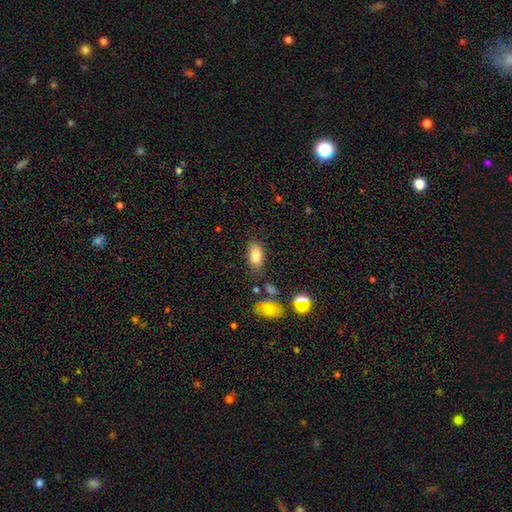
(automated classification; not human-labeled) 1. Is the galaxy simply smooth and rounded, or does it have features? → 81% smooth, 10% featured or disk, 9% star or artifact.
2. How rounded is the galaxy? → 89% in between, 7% round, 4% cigar-shaped.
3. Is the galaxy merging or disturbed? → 78% none, 14% minor disturbance, 4% merger, 4% major disturbance.